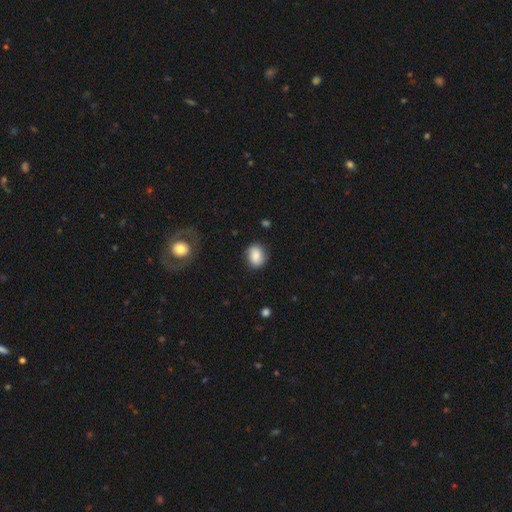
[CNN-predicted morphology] smooth_or_featured: smooth (p=0.85) [alt: star or artifact p=0.08]
how_rounded: in between (p=0.53) [alt: round p=0.46]
merging: none (p=0.83) [alt: minor disturbance p=0.12]